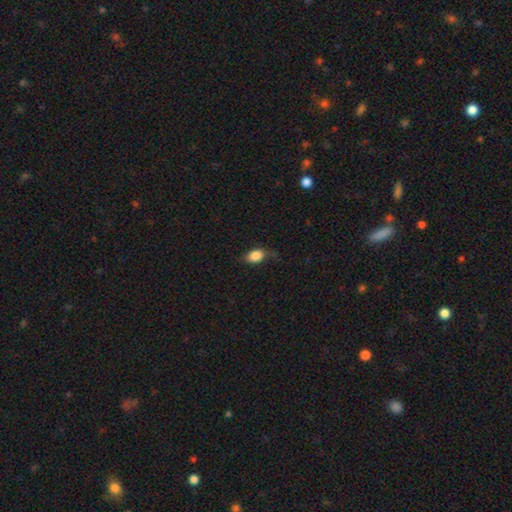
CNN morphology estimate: A smooth galaxy with no disk features (84%) that is in between round and cigar-shaped (83%). Merging: none (61%).